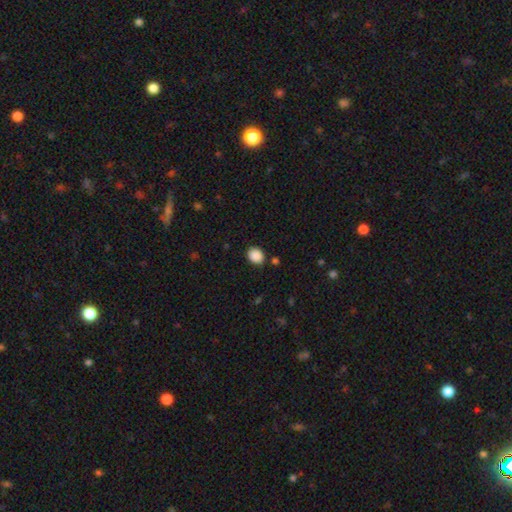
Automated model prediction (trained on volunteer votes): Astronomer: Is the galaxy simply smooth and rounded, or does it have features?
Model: smooth — 89%.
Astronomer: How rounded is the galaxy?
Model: round — 54% (runner-up: in between, 45%).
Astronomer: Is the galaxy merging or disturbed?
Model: none — 84%.